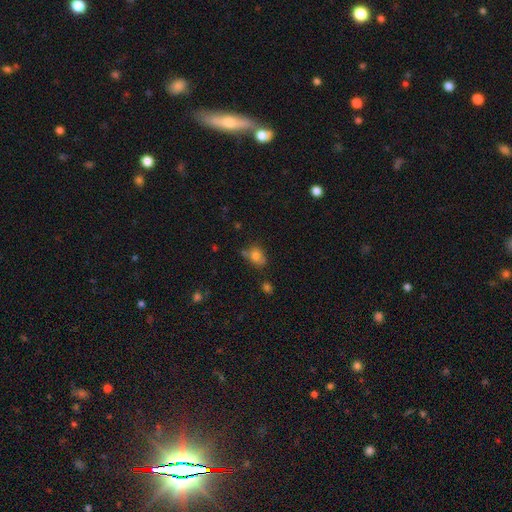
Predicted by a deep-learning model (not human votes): smooth-or-featured: smooth: 69% | featured or disk: 16% | star or artifact: 15%
  how-rounded: round: 51% | in between: 47% | cigar-shaped: 2%
  merging: none: 51% | minor disturbance: 27% | merger: 11% | major disturbance: 11%